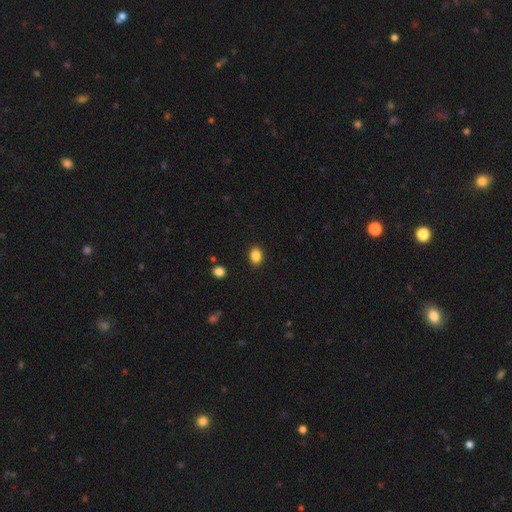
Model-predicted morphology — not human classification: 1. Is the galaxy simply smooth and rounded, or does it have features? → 86% smooth, 10% star or artifact, 5% featured or disk.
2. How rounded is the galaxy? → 66% in between, 33% round, 1% cigar-shaped.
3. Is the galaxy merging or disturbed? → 89% none, 8% minor disturbance, 2% major disturbance, 1% merger.